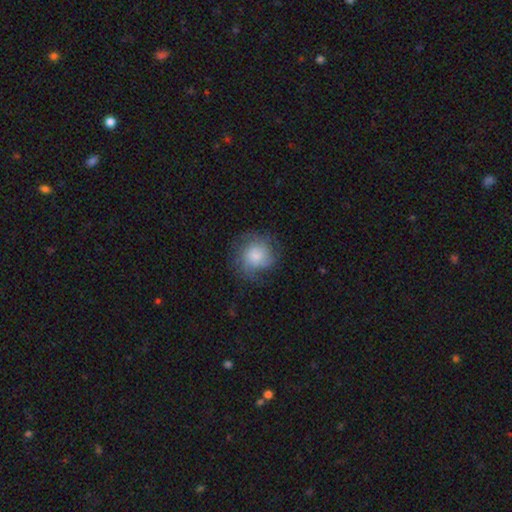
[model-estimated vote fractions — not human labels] smooth-or-featured: smooth: 57% | featured or disk: 34% | star or artifact: 9%
  how-rounded: round: 85% | in between: 15% | cigar-shaped: 1%
  merging: none: 65% | minor disturbance: 20% | major disturbance: 14% | merger: 1%